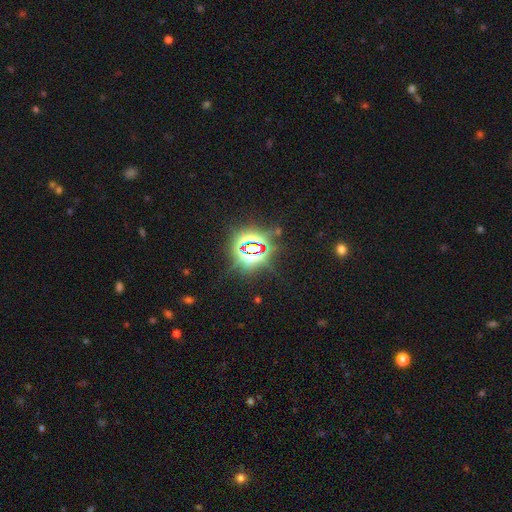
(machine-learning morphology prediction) smooth-or-featured: star or artifact: 83% | smooth: 9% | featured or disk: 8%